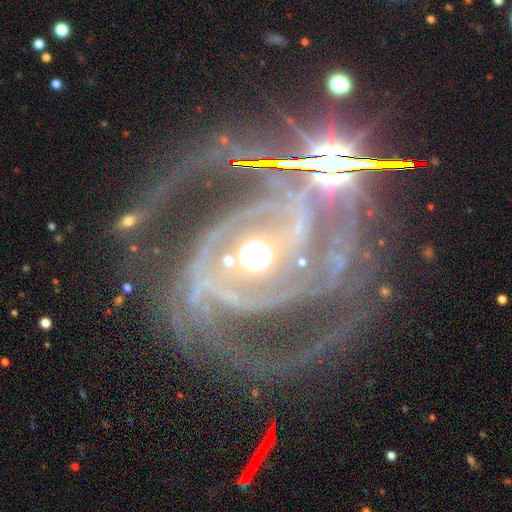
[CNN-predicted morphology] smooth-or-featured: featured or disk: 90% | star or artifact: 6% | smooth: 5%
  disk-edge-on: no: 97% | yes: 3%
    bar: no: 46% | strong: 31% | weak: 23%
    has-spiral-arms: yes: 91% | no: 9%
      spiral-winding: tight: 41% | medium: 40% | loose: 19%
      spiral-arm-count: 2: 40% | can't tell: 16% | 3: 15% | 1: 10% | 4: 10% | more than 4: 10%
    bulge-size: moderate: 67% | small: 17% | large: 13% | dominant: 2% | none: 2%
  merging: none: 52% | major disturbance: 23% | minor disturbance: 18% | merger: 7%